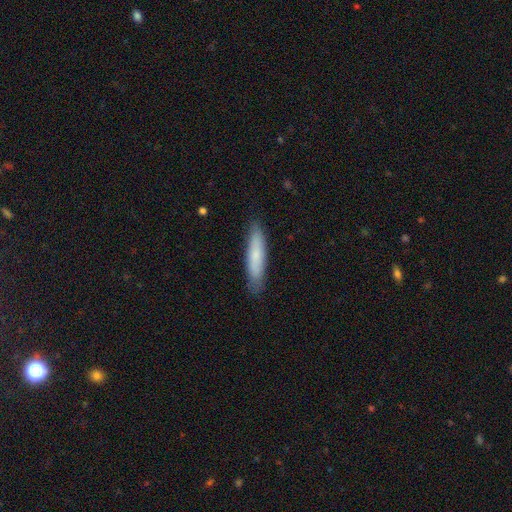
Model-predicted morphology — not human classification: smooth_or_featured: smooth (p=0.75) [alt: featured or disk p=0.20]
how_rounded: cigar-shaped (p=0.83) [alt: in between p=0.15]
merging: none (p=0.86) [alt: minor disturbance p=0.11]